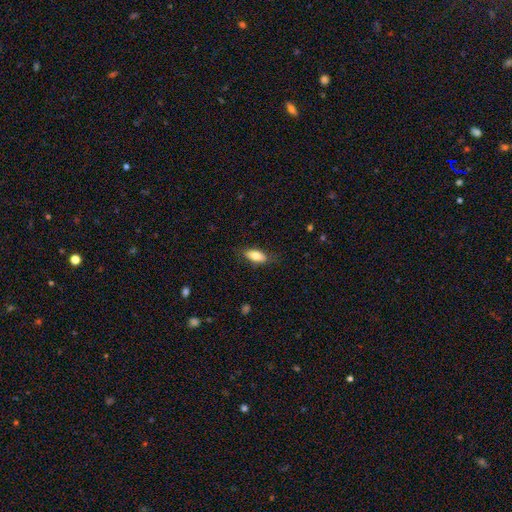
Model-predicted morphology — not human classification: smooth_or_featured: smooth (p=0.78) [alt: featured or disk p=0.16]
how_rounded: in between (p=0.86) [alt: cigar-shaped p=0.11]
merging: none (p=0.80) [alt: minor disturbance p=0.15]